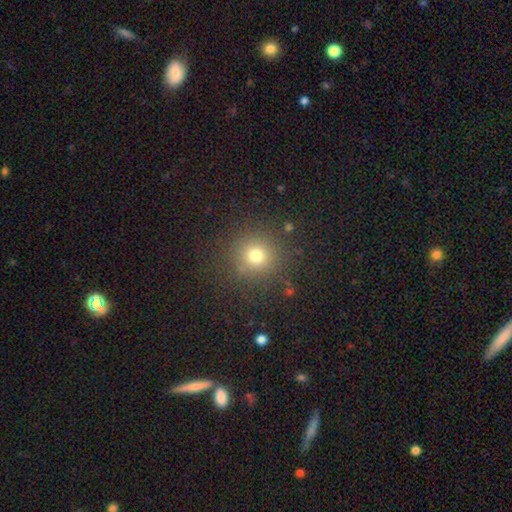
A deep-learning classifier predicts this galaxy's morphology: smooth 73%, star or artifact 19%, featured or disk 8%. Down the decision tree: how rounded — round (92%); merging — none (86%).